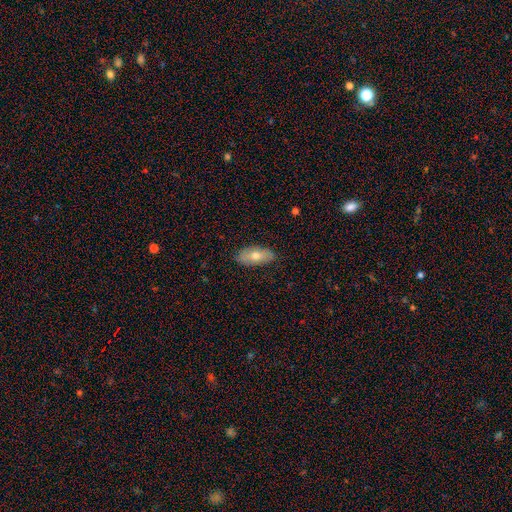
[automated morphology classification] Smooth or featured? Predicted: smooth (p=0.65). How rounded? Predicted: in between (p=0.88). Merging? Predicted: none (p=0.85).